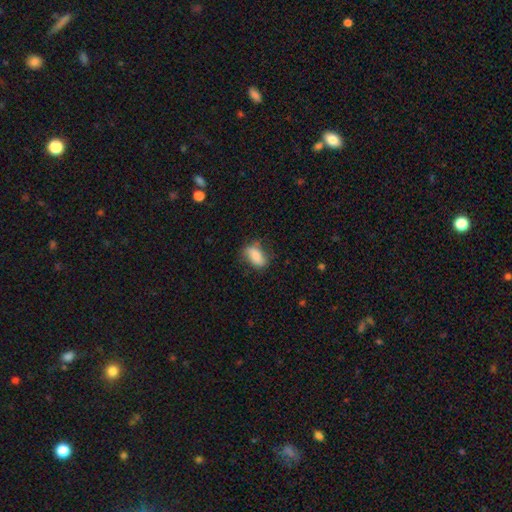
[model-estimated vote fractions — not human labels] Q: Smooth or featured?
A: smooth (80%); runner-up: featured or disk (13%)
Q: How rounded?
A: in between (88%); runner-up: cigar-shaped (7%)
Q: Merging?
A: none (63%); runner-up: minor disturbance (27%)